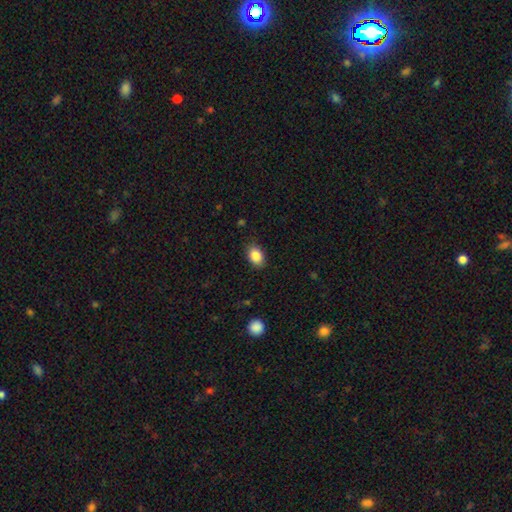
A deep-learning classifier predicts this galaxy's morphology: Smooth or featured? smooth (87%)
How rounded? in between (81%)
Merging? none (85%)